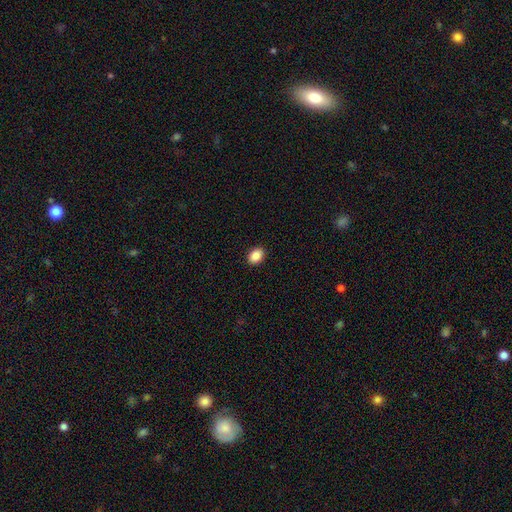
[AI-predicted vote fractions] Smooth or featured: smooth — 89% (star or artifact — 8%)
How rounded: in between — 71% (round — 27%)
Merging: none — 91% (minor disturbance — 6%)